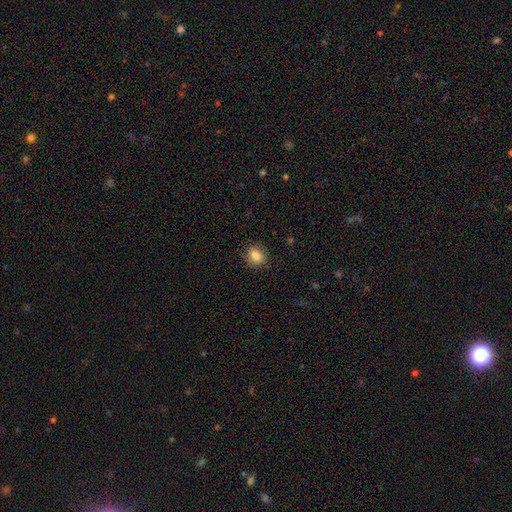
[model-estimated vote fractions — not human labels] Morphology: type=smooth (85%); roundness=round (65%); merging=none (87%).